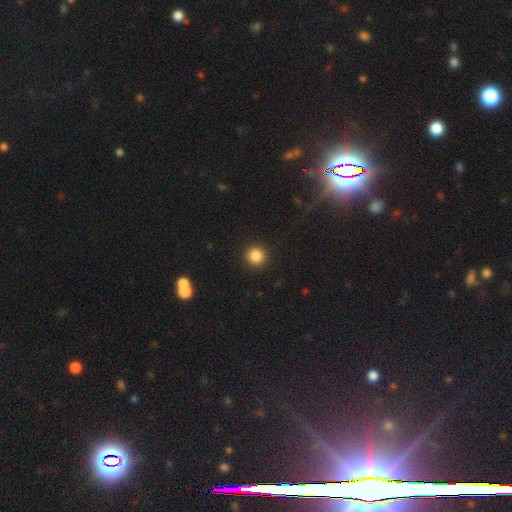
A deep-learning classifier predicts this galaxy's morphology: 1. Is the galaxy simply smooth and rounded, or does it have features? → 85% smooth, 11% star or artifact, 4% featured or disk.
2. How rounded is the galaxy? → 94% round, 5% in between, 1% cigar-shaped.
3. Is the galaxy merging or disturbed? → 92% none, 5% minor disturbance, 2% major disturbance, 1% merger.